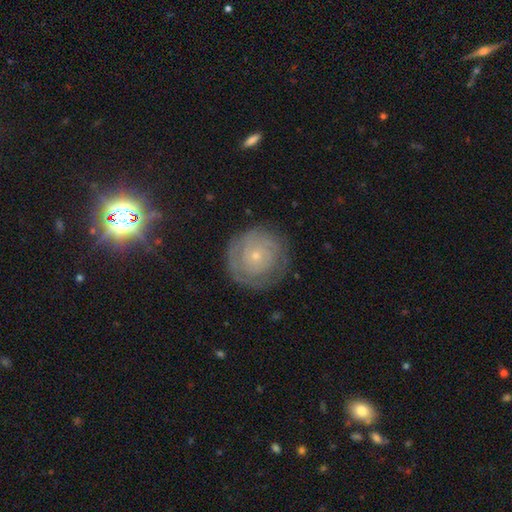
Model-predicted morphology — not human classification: The model was most divided on "spiral arm count": can't tell: 48%, 2: 23%, 3: 11%, 1: 7%, 4: 6%, more than 4: 5%. More confident: edge-on disk — no (97%); bar — no (85%); bulge size — small (83%); spiral arms — yes (81%); spiral winding — tight (81%); merging — none (79%); smooth or featured — featured or disk (67%).